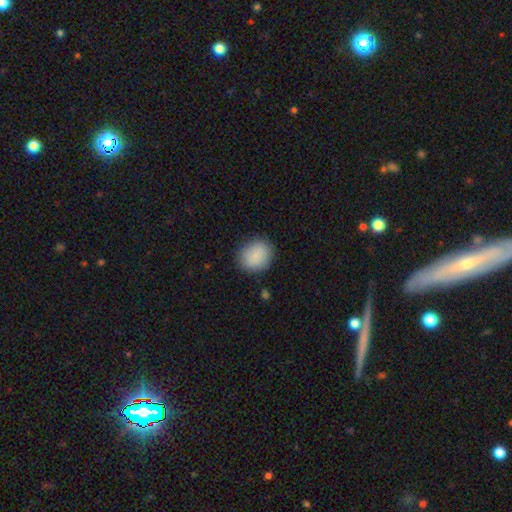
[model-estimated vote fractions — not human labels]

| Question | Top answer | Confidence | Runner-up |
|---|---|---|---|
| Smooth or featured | smooth | 88% | star or artifact (7%) |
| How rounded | round | 68% | in between (31%) |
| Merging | none | 85% | minor disturbance (10%) |